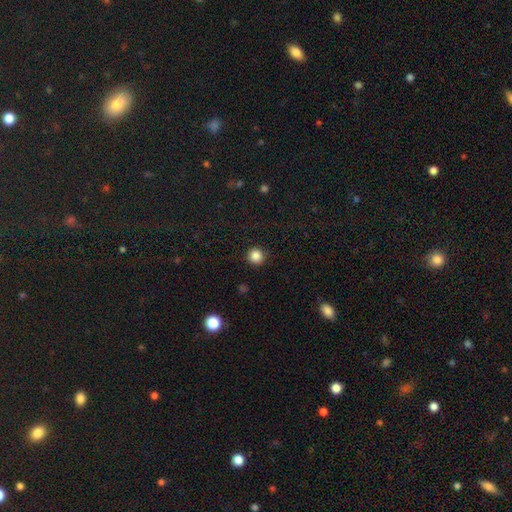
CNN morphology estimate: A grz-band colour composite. It shows a smooth galaxy with no disk features (86%) that is round (95%). Merging: none (92%).